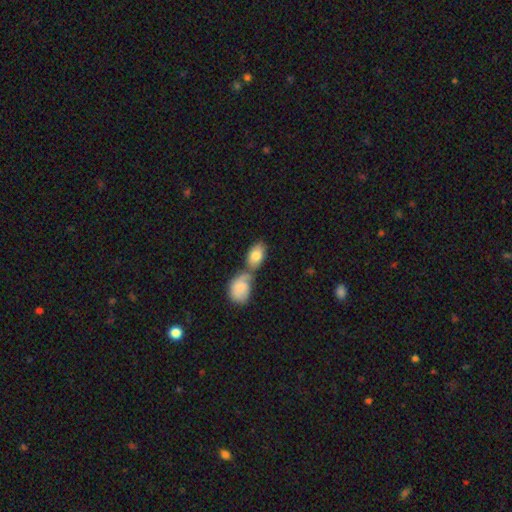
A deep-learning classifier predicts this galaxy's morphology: Smooth or featured: smooth — 79% (featured or disk — 16%)
How rounded: in between — 89% (round — 9%)
Merging: merger — 51% (none — 34%)